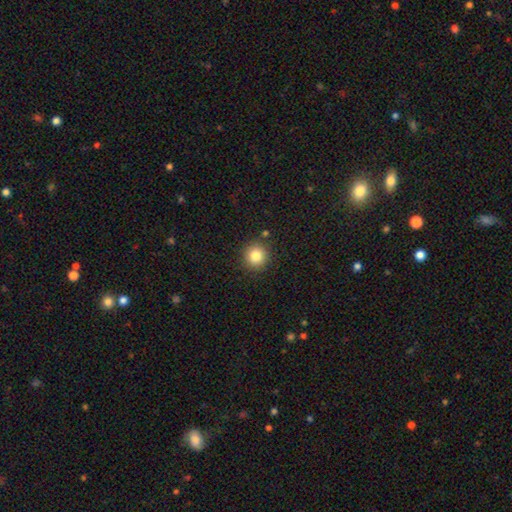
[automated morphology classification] A smooth galaxy with no disk features (82%) that is round (93%).

Vote fractions:
- Smooth or featured? smooth: 82% / star or artifact: 11% / featured or disk: 6%
- How rounded? round: 93% / in between: 6% / cigar-shaped: 1%
- Merging? none: 89% / minor disturbance: 7% / merger: 2% / major disturbance: 2%